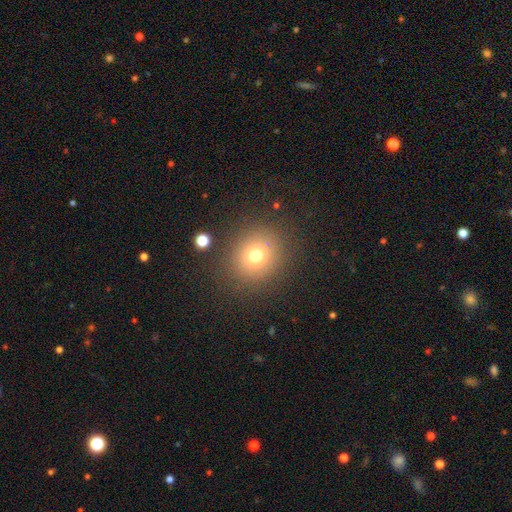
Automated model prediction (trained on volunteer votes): smooth 72%, star or artifact 16%, featured or disk 11%. Down the decision tree: how rounded — round (85%); merging — none (85%).